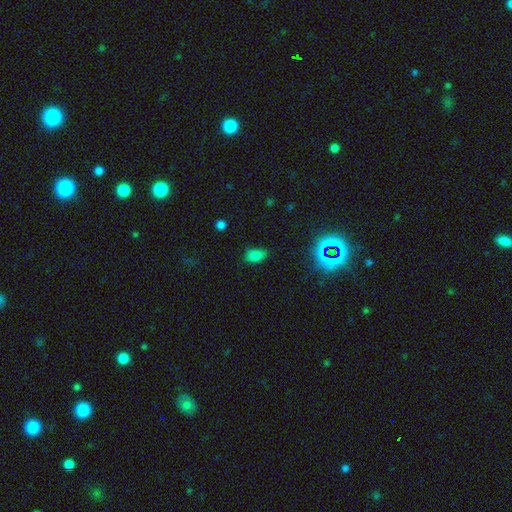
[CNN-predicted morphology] This is likely a smooth galaxy (76%). How rounded: clearly in between (87%). Merging: likely none (77%).